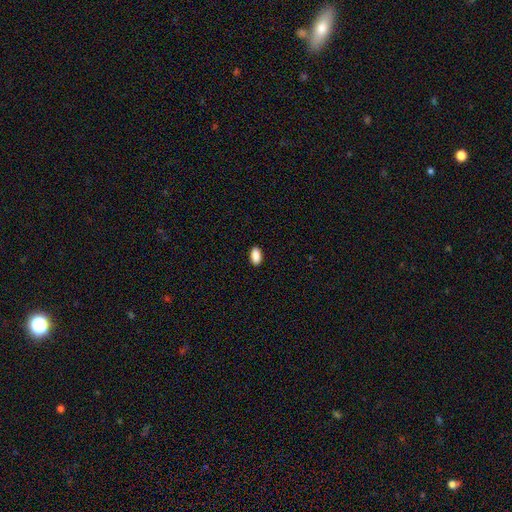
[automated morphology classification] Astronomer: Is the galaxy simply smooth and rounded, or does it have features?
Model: smooth — 90%.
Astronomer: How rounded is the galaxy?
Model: in between — 93%.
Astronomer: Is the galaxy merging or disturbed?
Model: none — 90%.